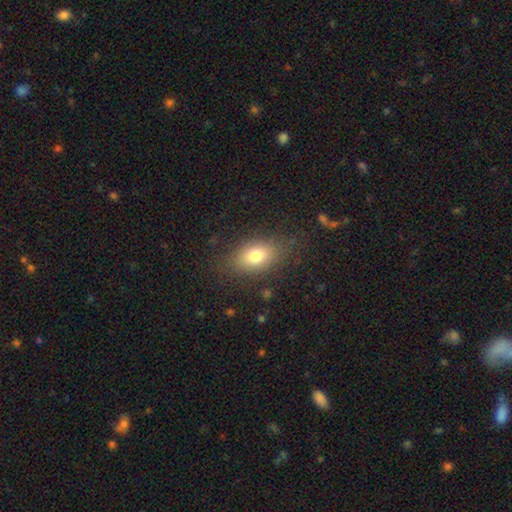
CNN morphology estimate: This appears to be a smooth galaxy with no disk features (77%) that is in between round and cigar-shaped (81%). Merging: none (80%).